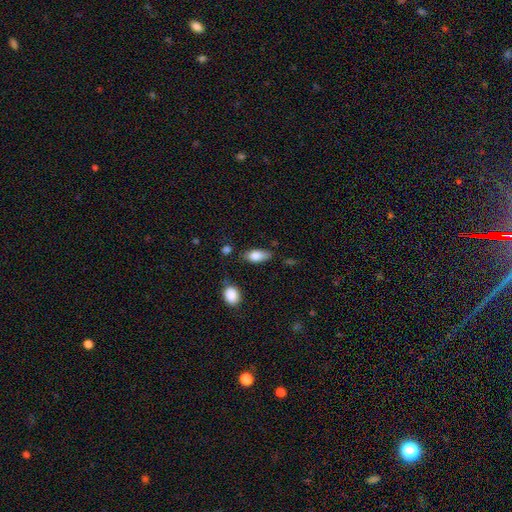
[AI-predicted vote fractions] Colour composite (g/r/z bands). It shows a smooth galaxy with no disk features (81%) that is in between round and cigar-shaped (86%). Merging: none (67%).